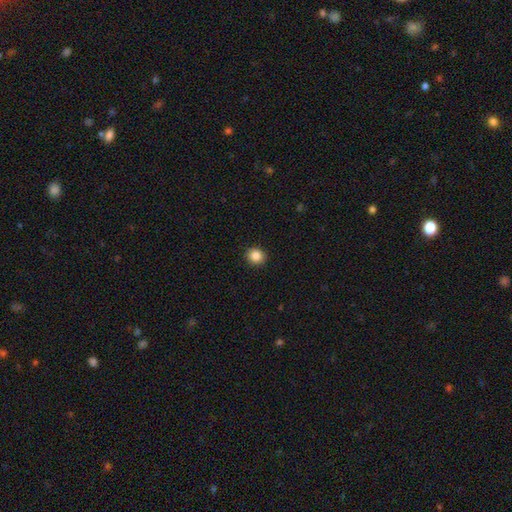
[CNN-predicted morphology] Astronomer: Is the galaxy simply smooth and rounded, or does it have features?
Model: smooth — 87%.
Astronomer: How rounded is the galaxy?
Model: round — 84%.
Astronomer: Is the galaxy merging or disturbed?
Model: none — 92%.